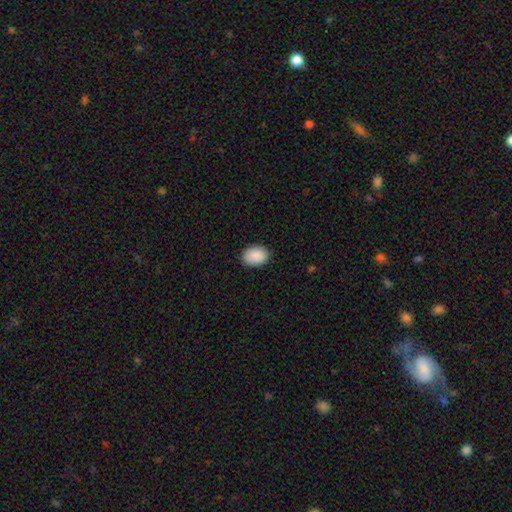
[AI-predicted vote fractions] This is clearly a smooth galaxy (90%). How rounded: likely in between (79%). Merging: clearly none (86%).